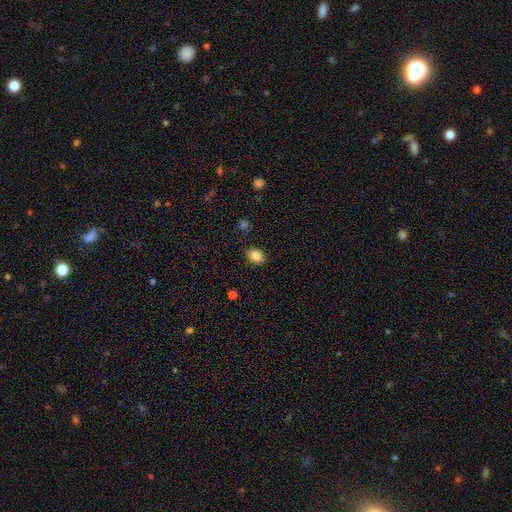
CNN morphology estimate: Smooth or featured? smooth (83%)
How rounded? round (58%)
Merging? none (88%)